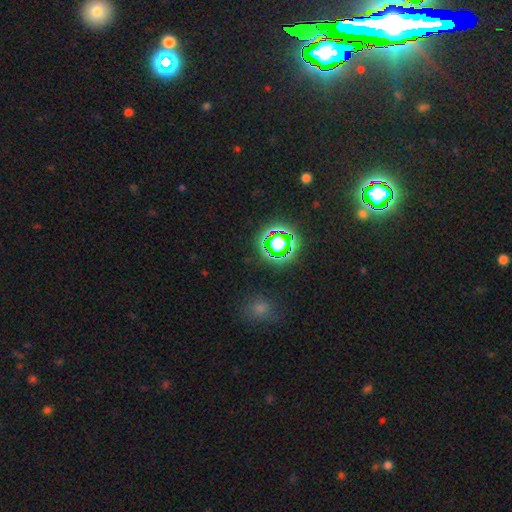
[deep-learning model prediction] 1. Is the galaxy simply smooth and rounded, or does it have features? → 69% star or artifact, 23% smooth, 8% featured or disk.